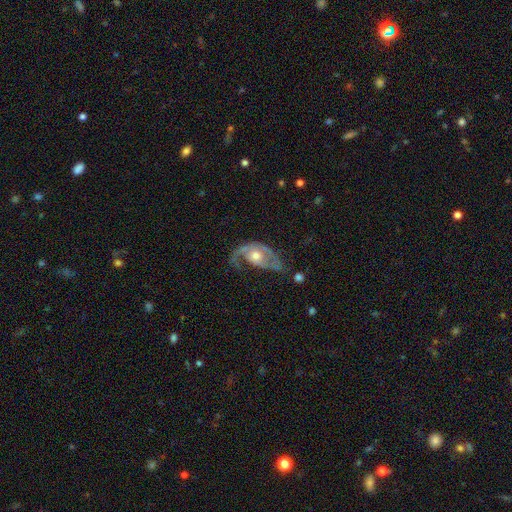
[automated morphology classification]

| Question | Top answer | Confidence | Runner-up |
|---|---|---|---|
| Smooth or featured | featured or disk | 78% | smooth (17%) |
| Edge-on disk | no | 95% | yes (5%) |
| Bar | no | 76% | weak (20%) |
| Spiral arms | yes | 83% | no (17%) |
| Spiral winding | medium | 39% | loose (38%) |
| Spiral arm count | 2 | 47% | 1 (39%) |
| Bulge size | moderate | 66% | small (23%) |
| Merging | major disturbance | 41% | none (33%) |